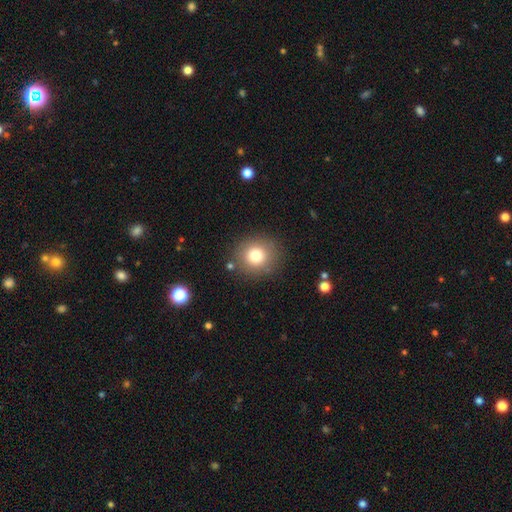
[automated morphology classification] This is likely a smooth galaxy (78%). How rounded: clearly round (87%). Merging: clearly none (85%).